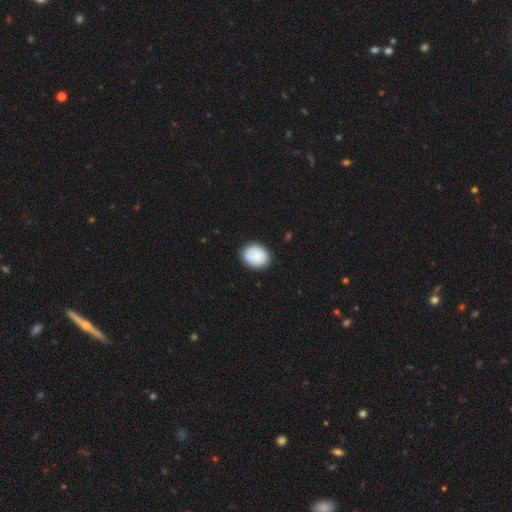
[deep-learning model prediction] This appears to be a smooth galaxy with no disk features (80%) that is round (51%). Merging: none (86%).